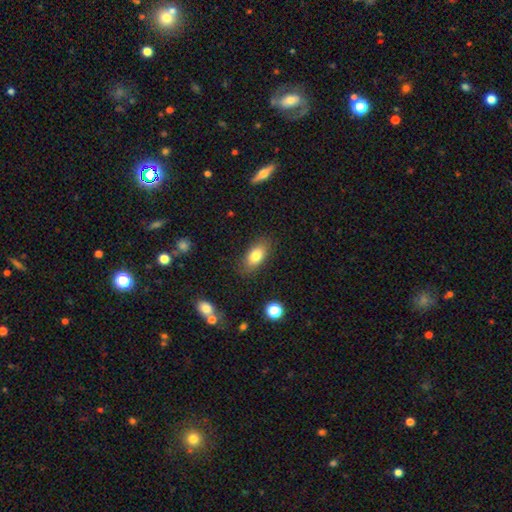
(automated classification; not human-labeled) The model was most divided on "smooth or featured": smooth: 80%, featured or disk: 12%, star or artifact: 8%. More confident: how rounded — in between (88%); merging — none (84%).